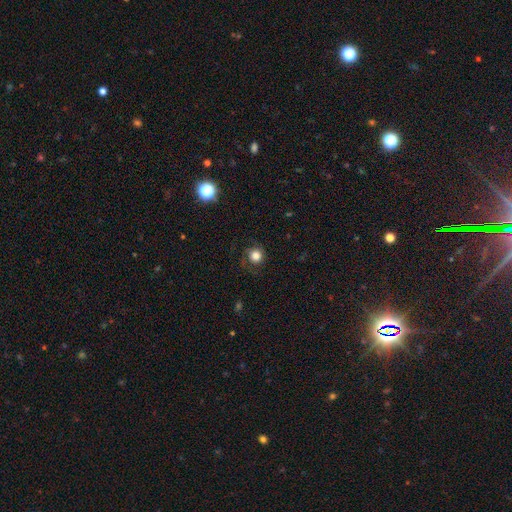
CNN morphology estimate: A smooth galaxy with no disk features (77%) that is round (91%). Merging: none (71%).